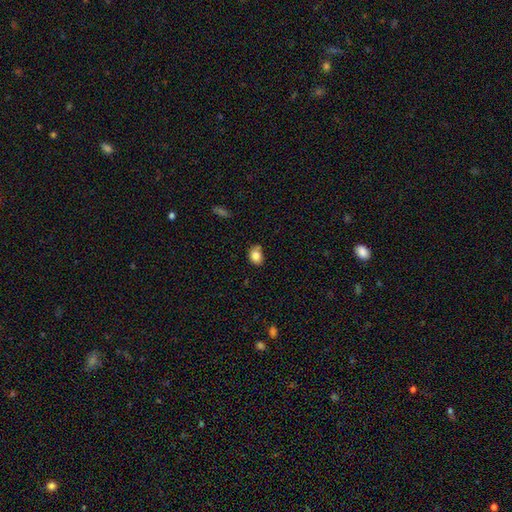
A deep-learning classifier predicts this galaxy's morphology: Smooth or featured? Predicted: smooth (p=0.83). How rounded? Predicted: in between (p=0.65). Merging? Predicted: none (p=0.68).